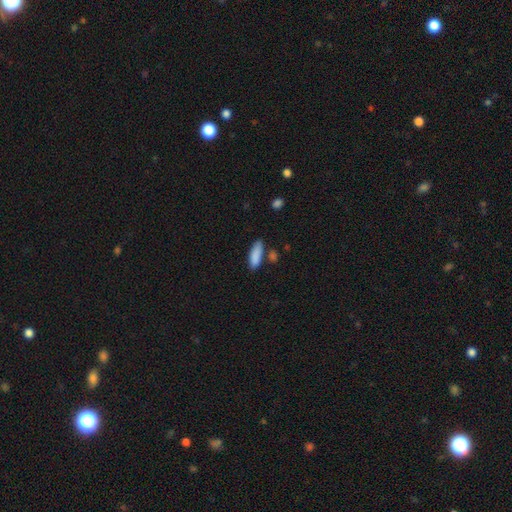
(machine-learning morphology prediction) Smooth or featured? smooth (88%)
How rounded? in between (58%)
Merging? none (74%)